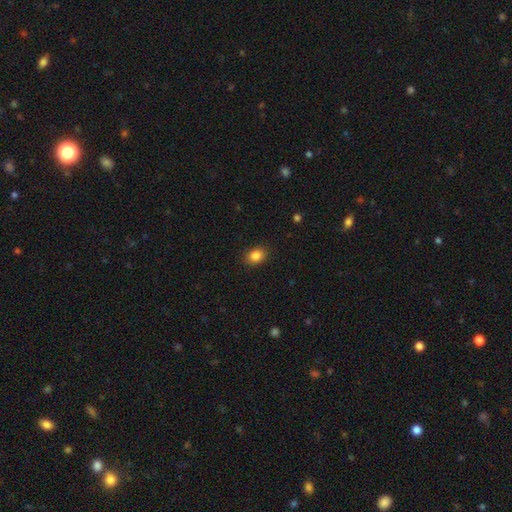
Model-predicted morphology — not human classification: Smooth or featured? Predicted: smooth (p=0.86). How rounded? Predicted: in between (p=0.61). Merging? Predicted: none (p=0.88).